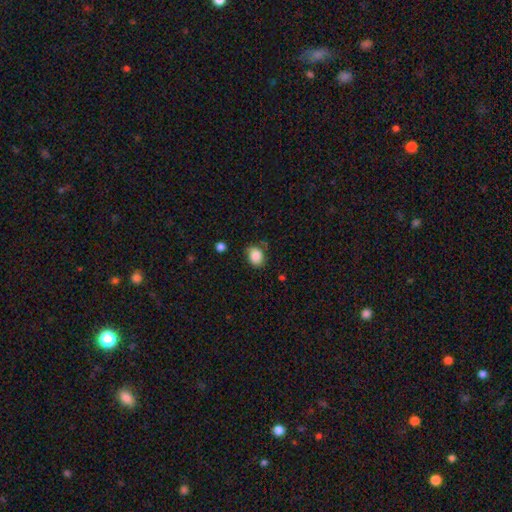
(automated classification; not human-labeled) Morphology: type=smooth (86%); roundness=in between (54%); merging=none (70%).